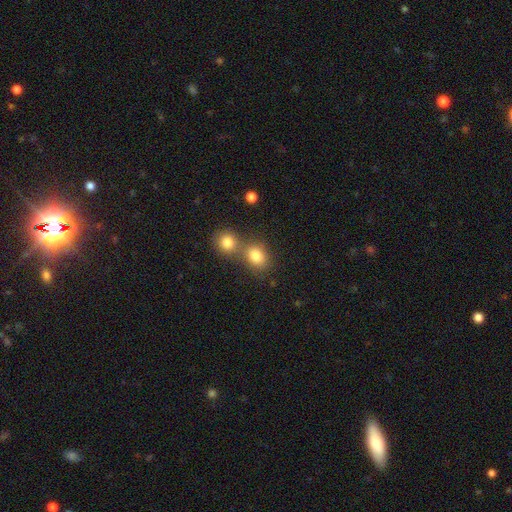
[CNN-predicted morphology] Smooth or featured?
  - smooth: 81% *
  - star or artifact: 11%
  - featured or disk: 7%
How rounded?
  - in between: 51% *
  - round: 48%
  - cigar-shaped: 1%
Merging?
  - none: 45% *
  - merger: 43%
  - minor disturbance: 9%
  - major disturbance: 3%